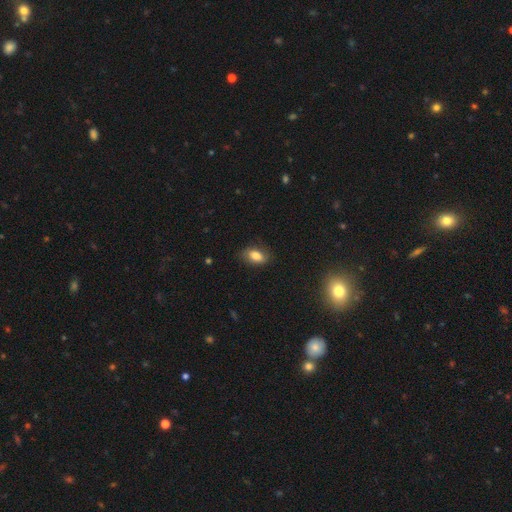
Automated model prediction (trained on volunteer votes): The model was most divided on "merging": none: 79%, minor disturbance: 16%, major disturbance: 4%, merger: 1%. More confident: how rounded — in between (88%); smooth or featured — smooth (81%).